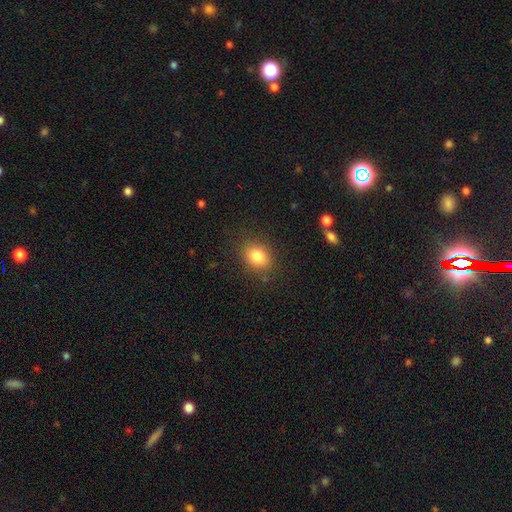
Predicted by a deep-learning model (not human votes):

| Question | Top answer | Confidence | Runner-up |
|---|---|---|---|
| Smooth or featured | smooth | 82% | star or artifact (10%) |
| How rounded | in between | 53% | round (46%) |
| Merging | none | 84% | minor disturbance (11%) |